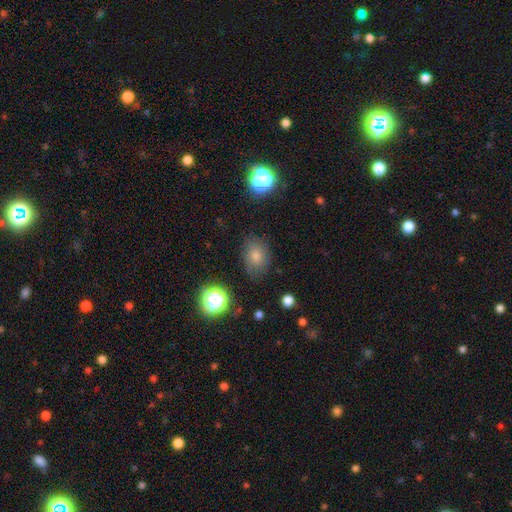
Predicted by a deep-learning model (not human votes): Smooth or featured? smooth (68%)
How rounded? in between (60%)
Merging? none (80%)